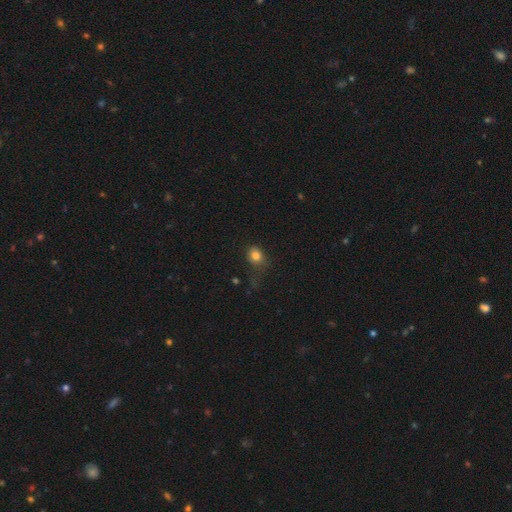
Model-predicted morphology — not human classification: Q: Smooth or featured?
A: smooth (82%); runner-up: star or artifact (12%)
Q: How rounded?
A: round (63%); runner-up: in between (36%)
Q: Merging?
A: none (58%); runner-up: minor disturbance (24%)